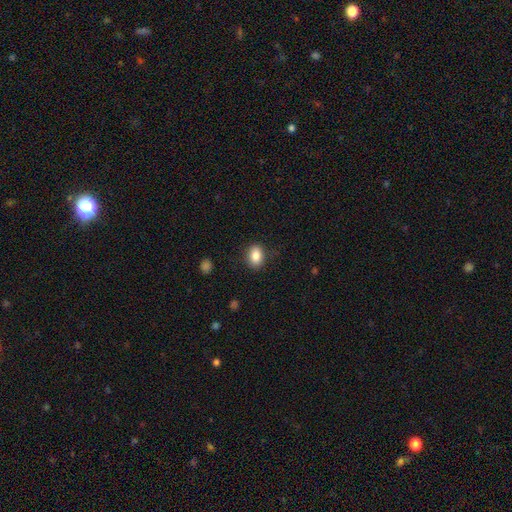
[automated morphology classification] Smooth or featured: smooth — 85% (star or artifact — 8%)
How rounded: in between — 75% (round — 24%)
Merging: none — 86% (minor disturbance — 10%)